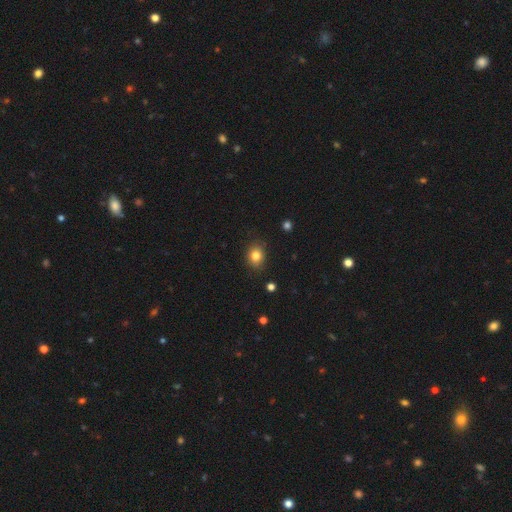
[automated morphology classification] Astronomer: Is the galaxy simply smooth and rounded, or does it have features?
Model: smooth — 82%.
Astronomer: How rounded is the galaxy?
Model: round — 55% (runner-up: in between, 44%).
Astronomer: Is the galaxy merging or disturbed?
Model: none — 86%.